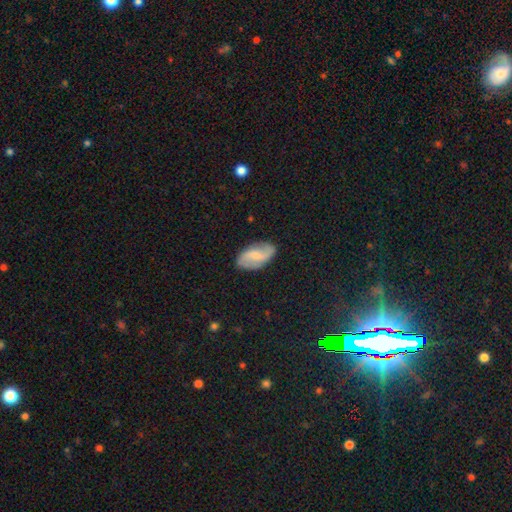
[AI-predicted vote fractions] This is likely a featured or disk galaxy (60%). It is clearly not viewed edge-on (96%). Bar: possibly weak (52%). Spiral arm pattern: clearly yes (91%). Spiral arm count: clearly 2 (90%). Spiral winding: possibly loose (54%). Central bulge: marginally small (38%). Merging: clearly none (82%).